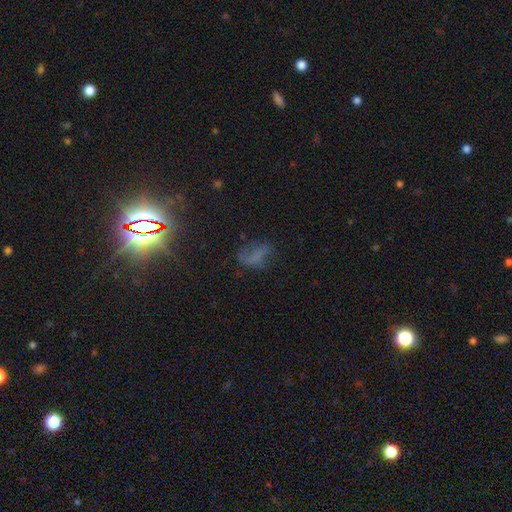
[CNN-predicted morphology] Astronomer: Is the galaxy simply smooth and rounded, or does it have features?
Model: smooth — 43% (runner-up: star or artifact, 31%).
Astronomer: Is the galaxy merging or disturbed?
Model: none — 47% (runner-up: major disturbance, 26%).